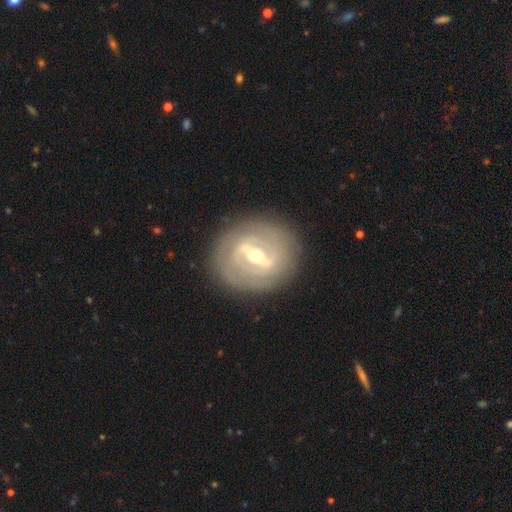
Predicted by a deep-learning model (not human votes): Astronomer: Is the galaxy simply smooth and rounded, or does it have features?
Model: featured or disk — 83%.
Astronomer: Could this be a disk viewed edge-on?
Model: no — 91%.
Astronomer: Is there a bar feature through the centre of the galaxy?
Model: strong — 69%.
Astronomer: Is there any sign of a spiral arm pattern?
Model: yes — 65%.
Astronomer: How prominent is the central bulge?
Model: moderate — 61%.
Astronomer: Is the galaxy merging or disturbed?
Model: none — 85%.